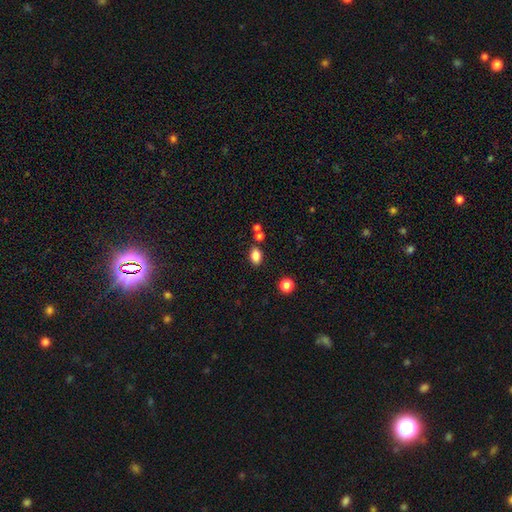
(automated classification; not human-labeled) Morphology: type=smooth (84%); roundness=in between (81%); merging=none (80%).